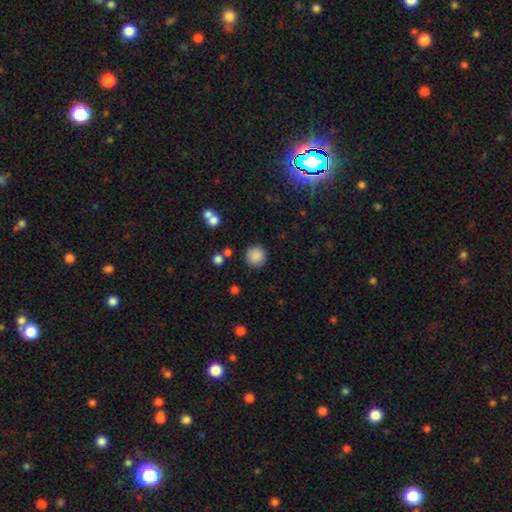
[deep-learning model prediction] smooth 87%, star or artifact 10%, featured or disk 4%. Down the decision tree: how rounded — round (93%); merging — none (87%).